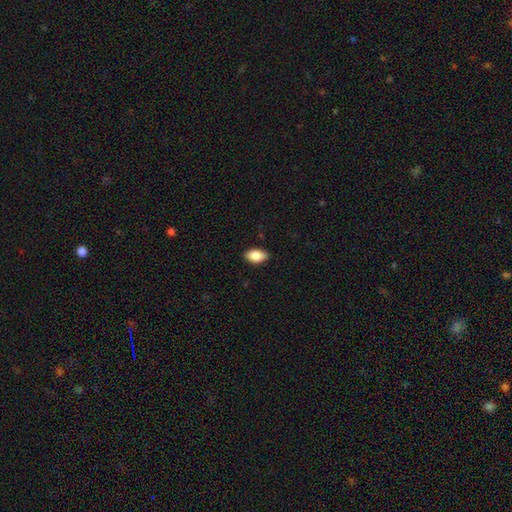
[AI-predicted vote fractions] Smooth or featured?
  - smooth: 84% *
  - featured or disk: 10%
  - star or artifact: 7%
How rounded?
  - in between: 92% *
  - round: 5%
  - cigar-shaped: 3%
Merging?
  - none: 88% *
  - minor disturbance: 9%
  - major disturbance: 2%
  - merger: 1%